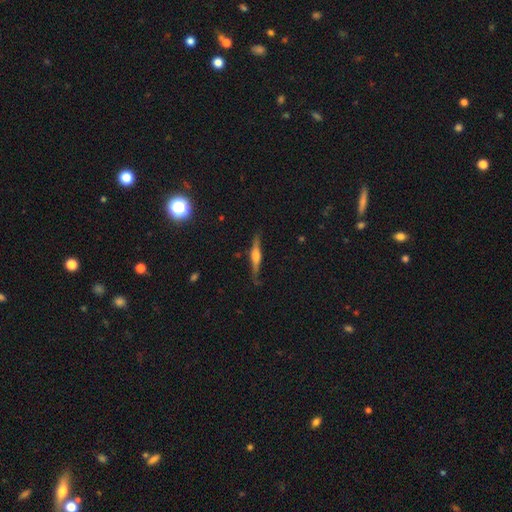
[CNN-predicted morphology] The model was most divided on "smooth or featured": featured or disk: 68%, smooth: 25%, star or artifact: 6%. More confident: edge-on disk — yes (97%); edge-on bulge — rounded (87%); merging — none (82%).